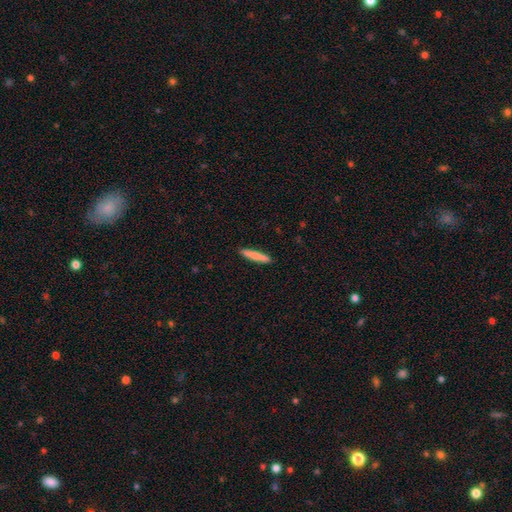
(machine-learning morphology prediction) Smooth or featured? smooth (79%)
How rounded? cigar-shaped (93%)
Merging? none (90%)